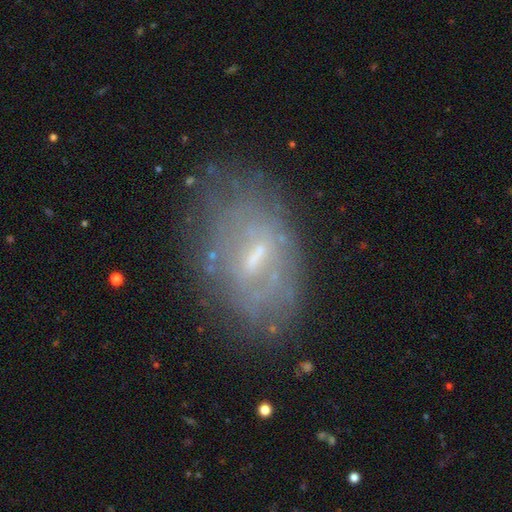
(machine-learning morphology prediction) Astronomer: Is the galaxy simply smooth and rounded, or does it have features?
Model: featured or disk — 66%.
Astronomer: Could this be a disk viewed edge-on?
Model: no — 90%.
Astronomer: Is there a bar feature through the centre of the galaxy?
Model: weak — 49% (runner-up: strong, 31%).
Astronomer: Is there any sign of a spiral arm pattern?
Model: no — 64%.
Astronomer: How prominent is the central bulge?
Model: small — 55%.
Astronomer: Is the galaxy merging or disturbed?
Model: none — 64%.